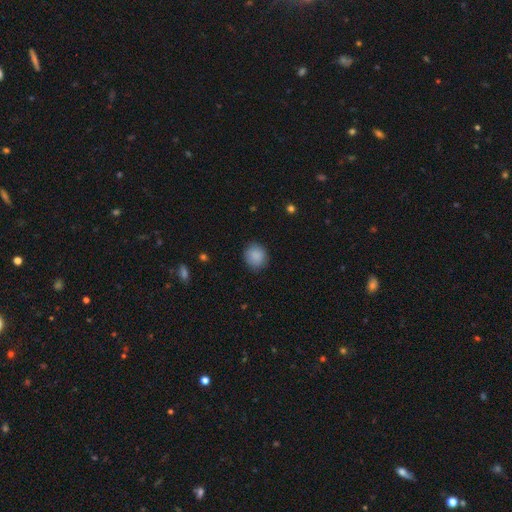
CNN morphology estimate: This appears to be a smooth galaxy with no disk features (88%) that is round (82%). Merging: none (85%).